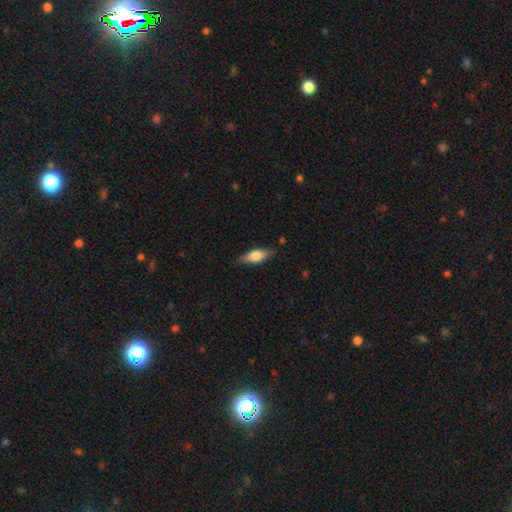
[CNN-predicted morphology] type=smooth (62%); roundness=in between (68%); merging=none (82%).